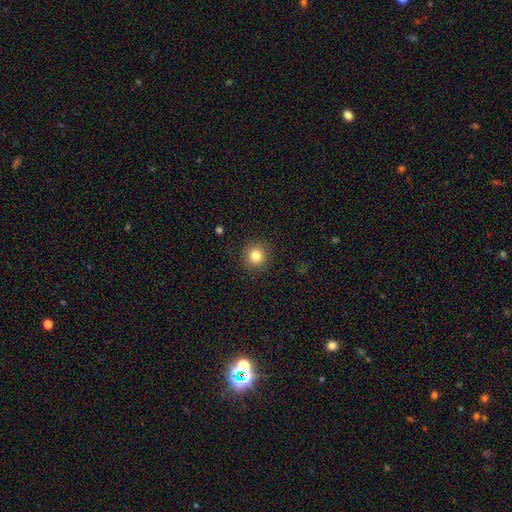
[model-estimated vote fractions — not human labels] The model was most divided on "smooth or featured": smooth: 82%, star or artifact: 11%, featured or disk: 7%. More confident: how rounded — round (92%); merging — none (90%).